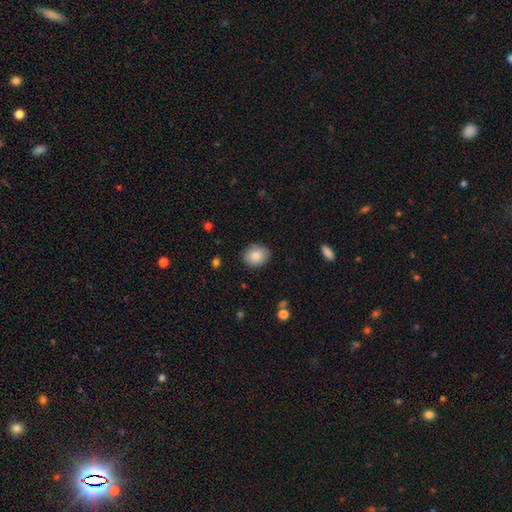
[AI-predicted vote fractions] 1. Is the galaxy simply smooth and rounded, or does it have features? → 85% smooth, 7% star or artifact, 7% featured or disk.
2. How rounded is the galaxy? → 52% round, 47% in between, 1% cigar-shaped.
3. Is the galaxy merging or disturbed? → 87% none, 10% minor disturbance, 2% major disturbance, 1% merger.